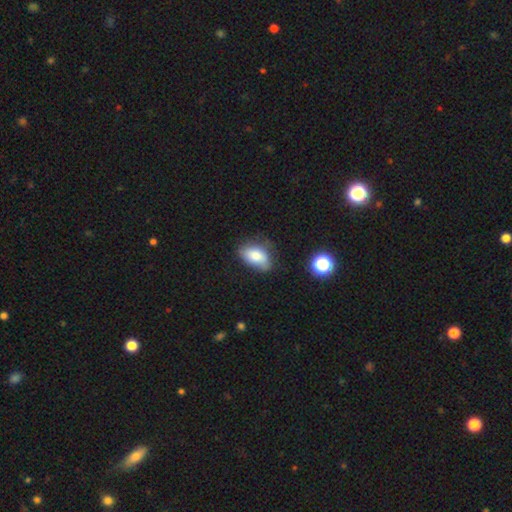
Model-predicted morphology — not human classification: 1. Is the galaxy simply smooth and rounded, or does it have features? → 79% smooth, 13% featured or disk, 9% star or artifact.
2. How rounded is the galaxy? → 90% in between, 8% round, 2% cigar-shaped.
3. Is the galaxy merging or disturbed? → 58% none, 31% minor disturbance, 8% major disturbance, 3% merger.